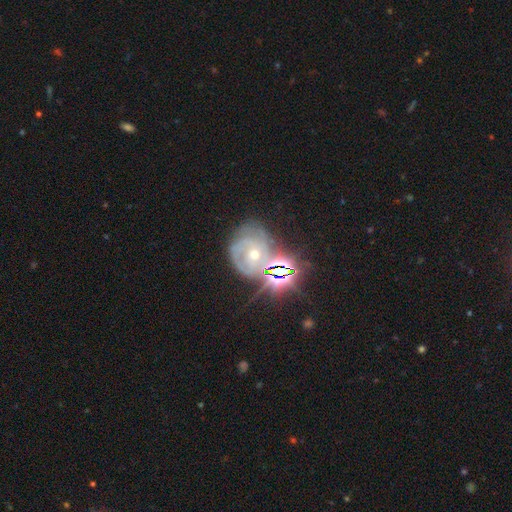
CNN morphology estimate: This appears to be a featured or disk galaxy (64%) with no bar (63%), tight (61%) spiral arms (89%) and a small central bulge (51%). Merging: none (53%).